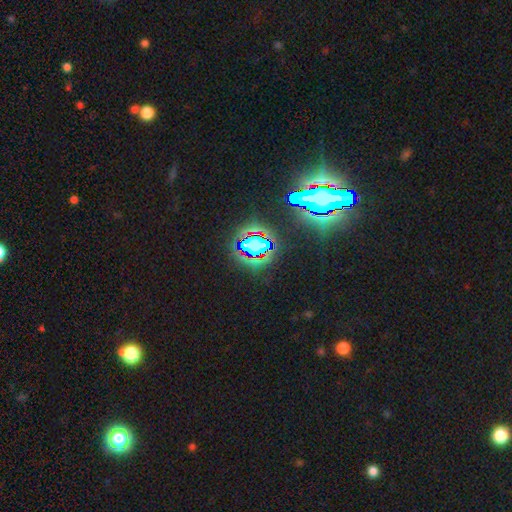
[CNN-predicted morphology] This is clearly a star or artifact rather than a galaxy (83%).